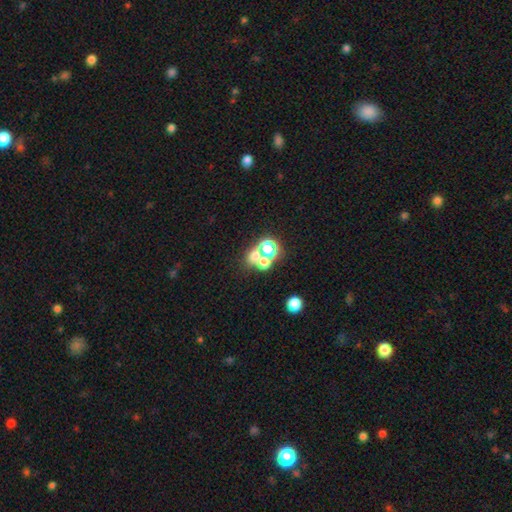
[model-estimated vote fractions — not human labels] Smooth or featured? smooth (53%)
How rounded? round (77%)
Merging? merger (45%)